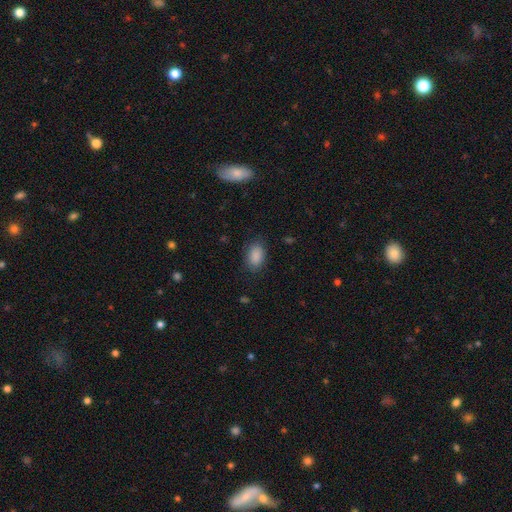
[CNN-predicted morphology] Smooth or featured?
  - smooth: 88% *
  - star or artifact: 8%
  - featured or disk: 4%
How rounded?
  - in between: 88% *
  - round: 10%
  - cigar-shaped: 2%
Merging?
  - none: 82% *
  - minor disturbance: 13%
  - major disturbance: 4%
  - merger: 1%